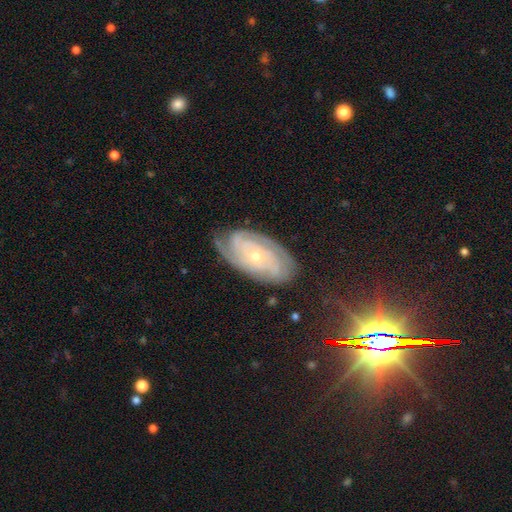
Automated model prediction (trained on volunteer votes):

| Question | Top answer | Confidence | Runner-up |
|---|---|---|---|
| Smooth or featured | featured or disk | 85% | smooth (8%) |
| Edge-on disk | no | 95% | yes (5%) |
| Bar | no | 76% | weak (19%) |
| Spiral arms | yes | 97% | no (3%) |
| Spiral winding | tight | 78% | medium (18%) |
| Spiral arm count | can't tell | 28% | 3 (24%) |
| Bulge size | small | 63% | moderate (34%) |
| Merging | none | 77% | minor disturbance (17%) |